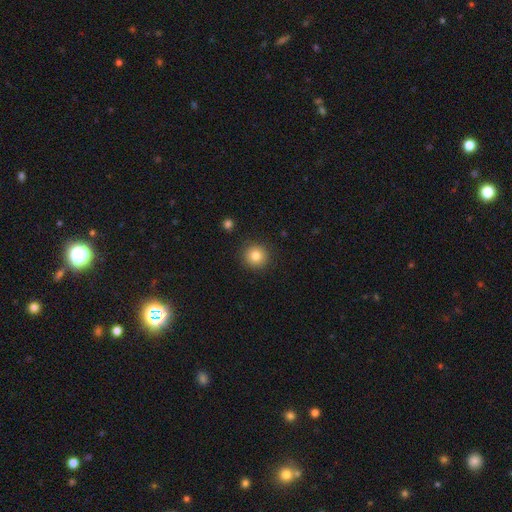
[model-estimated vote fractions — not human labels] smooth_or_featured: smooth (p=0.81) [alt: star or artifact p=0.11]
how_rounded: round (p=0.94) [alt: in between p=0.05]
merging: none (p=0.90) [alt: minor disturbance p=0.06]